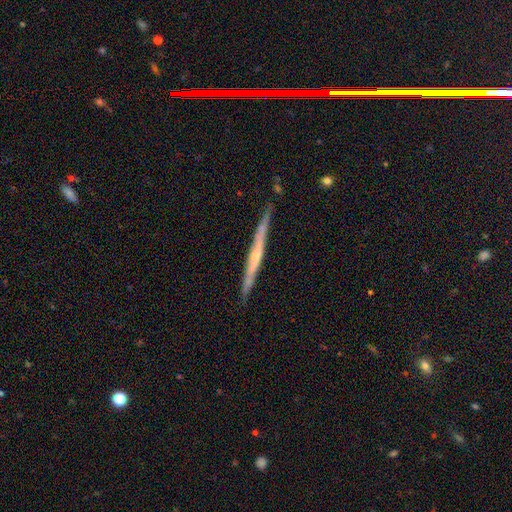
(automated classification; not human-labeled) Overall: featured or disk (70%). Edge-on disk: yes (97%). Edge-on bulge: none (53%; rounded 41%). Merging: none (85%).